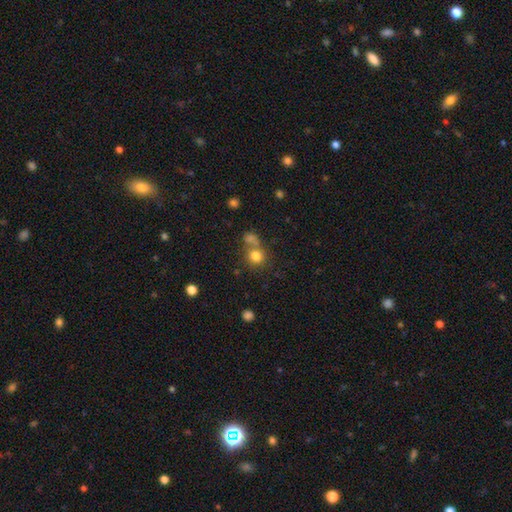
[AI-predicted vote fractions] Smooth or featured: smooth — 79% (star or artifact — 13%)
How rounded: round — 85% (in between — 14%)
Merging: none — 54% (merger — 33%)